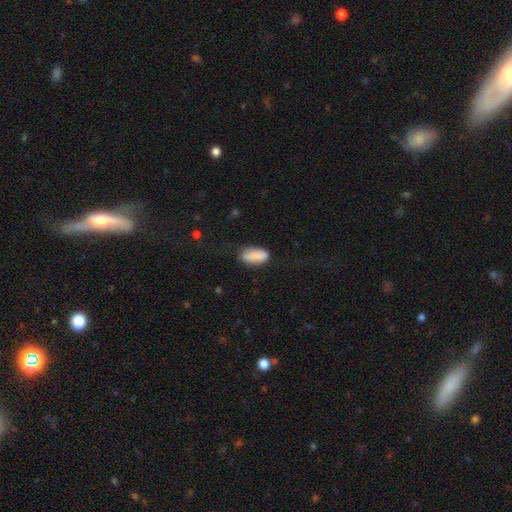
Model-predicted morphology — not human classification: Overall: smooth (87%). How rounded: in between (89%). Merging: none (65%; minor disturbance 25%).